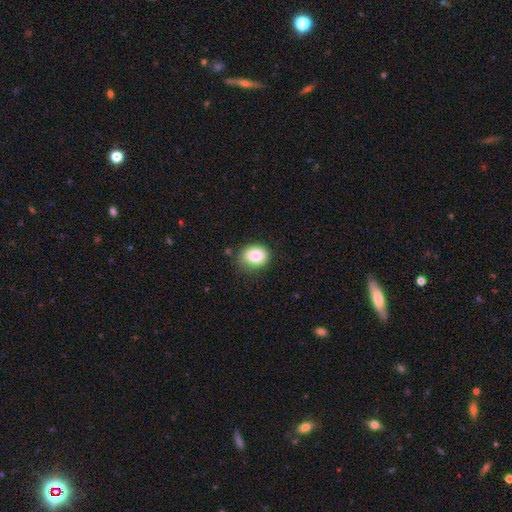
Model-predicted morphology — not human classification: smooth_or_featured: smooth (p=0.85) [alt: star or artifact p=0.09]
how_rounded: round (p=0.52) [alt: in between p=0.48]
merging: none (p=0.72) [alt: minor disturbance p=0.21]